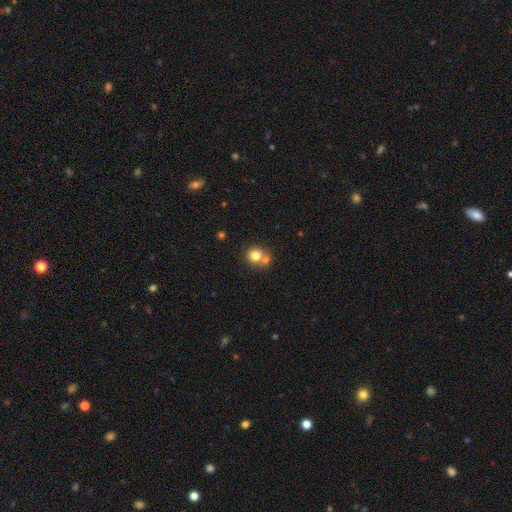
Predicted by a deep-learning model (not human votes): Smooth or featured: smooth — 77% (featured or disk — 12%)
How rounded: round — 85% (in between — 14%)
Merging: none — 50% (merger — 39%)